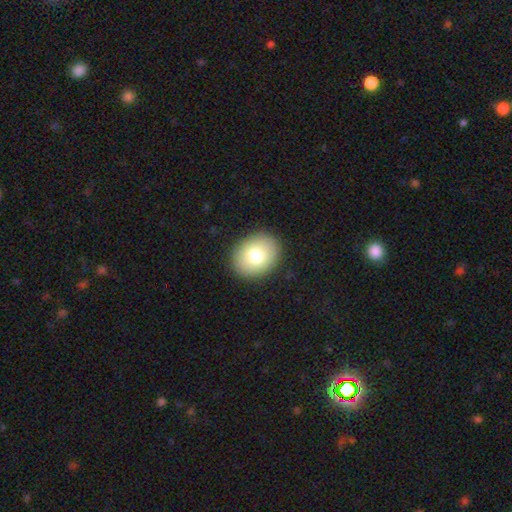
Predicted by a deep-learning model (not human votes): smooth-or-featured: smooth: 77% | featured or disk: 14% | star or artifact: 9%
  how-rounded: round: 51% | in between: 48% | cigar-shaped: 1%
  merging: none: 91% | minor disturbance: 6% | major disturbance: 2% | merger: 1%